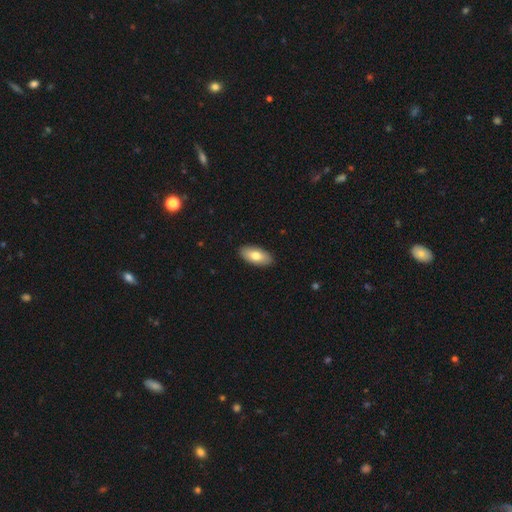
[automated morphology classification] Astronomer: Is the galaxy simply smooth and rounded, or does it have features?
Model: smooth — 77%.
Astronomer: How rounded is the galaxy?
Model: in between — 92%.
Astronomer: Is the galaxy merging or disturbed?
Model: none — 90%.